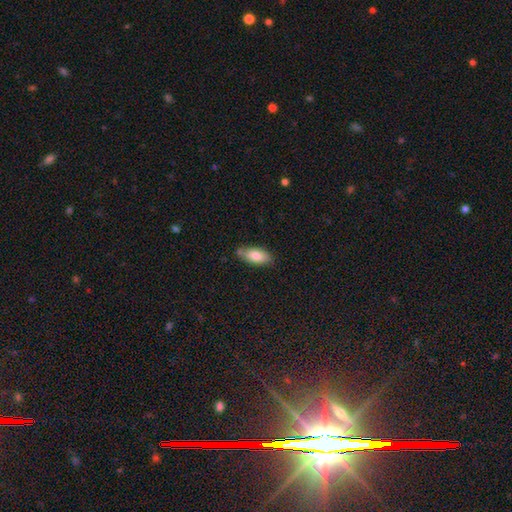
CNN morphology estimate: smooth 80%, featured or disk 13%, star or artifact 7%. Down the decision tree: how rounded — in between (87%); merging — none (72%).